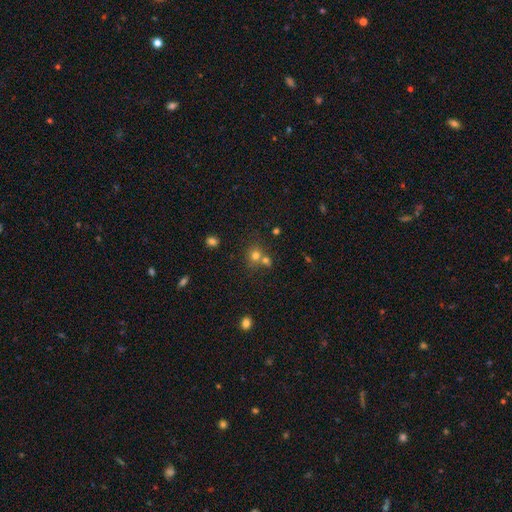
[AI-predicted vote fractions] Q: Smooth or featured?
A: smooth (71%); runner-up: star or artifact (18%)
Q: How rounded?
A: round (81%); runner-up: in between (18%)
Q: Merging?
A: none (48%); runner-up: merger (40%)